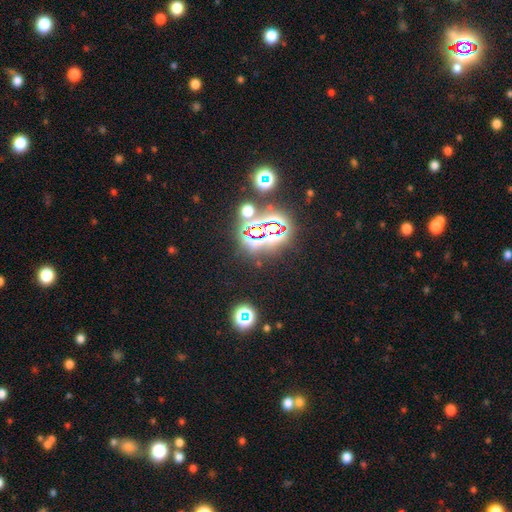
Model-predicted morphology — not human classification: Smooth or featured? star or artifact (80%)